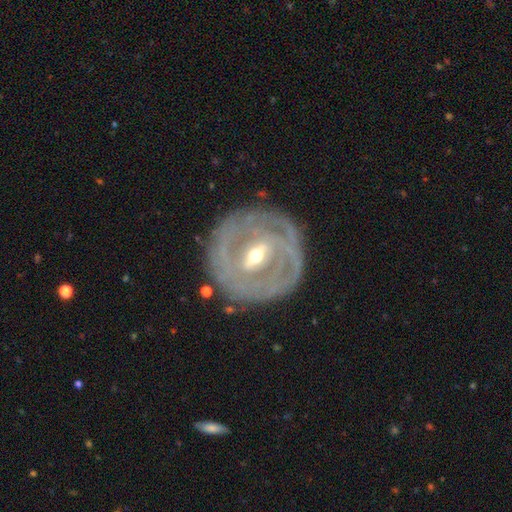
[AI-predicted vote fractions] Overall: featured or disk (86%). Edge-on disk: no (94%). Bar: strong (48%; weak 39%). Spiral arms: yes (83%). Spiral arm count: can't tell (39%; 2 28%). Spiral winding: tight (77%). Bulge size: moderate (50%; small 46%). Merging: none (82%).